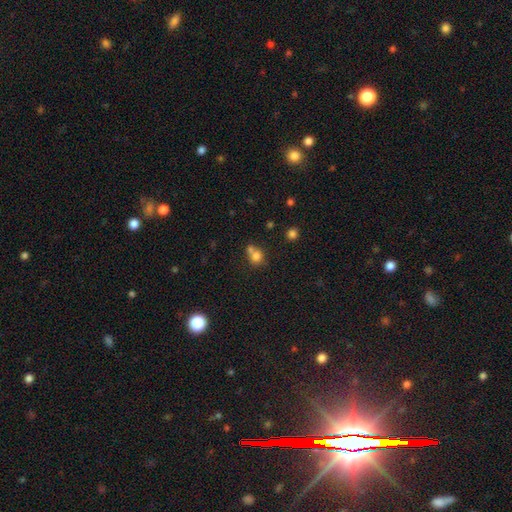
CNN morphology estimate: smooth-or-featured: smooth: 75% | star or artifact: 13% | featured or disk: 11%
  how-rounded: round: 73% | in between: 25% | cigar-shaped: 1%
  merging: merger: 47% | none: 38% | minor disturbance: 11% | major disturbance: 5%